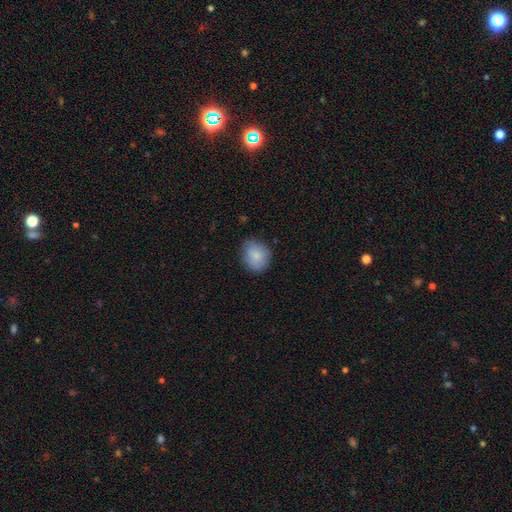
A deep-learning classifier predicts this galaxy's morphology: A smooth galaxy with no disk features (82%) that is round (66%). Merging: none (73%).